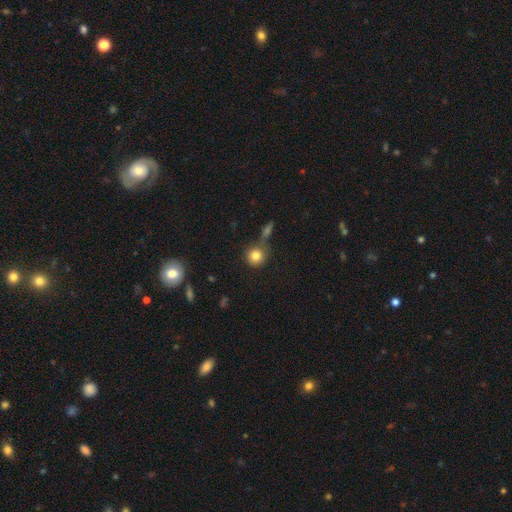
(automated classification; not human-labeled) Smooth or featured?
  - smooth: 82% *
  - star or artifact: 10%
  - featured or disk: 8%
How rounded?
  - round: 90% *
  - in between: 8%
  - cigar-shaped: 1%
Merging?
  - none: 67% *
  - merger: 17%
  - minor disturbance: 12%
  - major disturbance: 5%